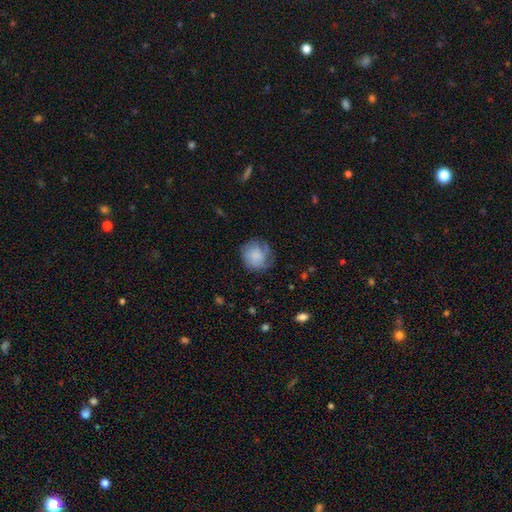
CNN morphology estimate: smooth 57%, featured or disk 35%, star or artifact 8%. Down the decision tree: how rounded — round (85%); merging — none (65%).